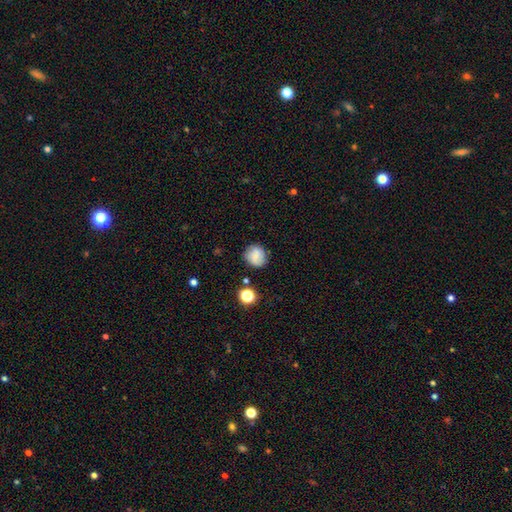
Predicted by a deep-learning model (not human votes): Smooth or featured?
  - smooth: 77% *
  - featured or disk: 12%
  - star or artifact: 10%
How rounded?
  - round: 82% *
  - in between: 17%
  - cigar-shaped: 1%
Merging?
  - none: 80% *
  - minor disturbance: 14%
  - major disturbance: 4%
  - merger: 3%